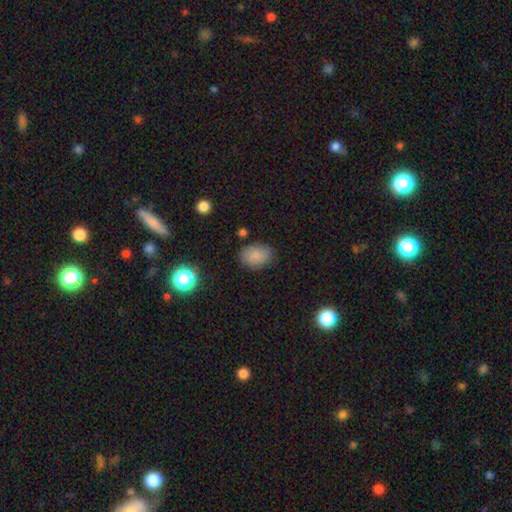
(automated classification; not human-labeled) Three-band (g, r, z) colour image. It shows a smooth galaxy with no disk features (84%) that is in between round and cigar-shaped (75%). Merging: none (80%).